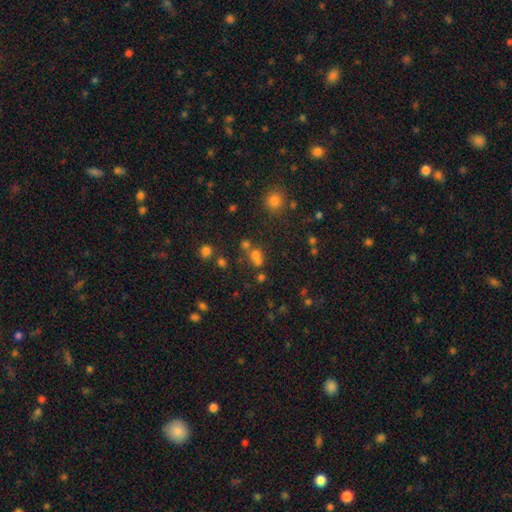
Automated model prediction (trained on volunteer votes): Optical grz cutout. It shows a smooth galaxy with no disk features (62%) that is round (69%). Merging: merger (43%).